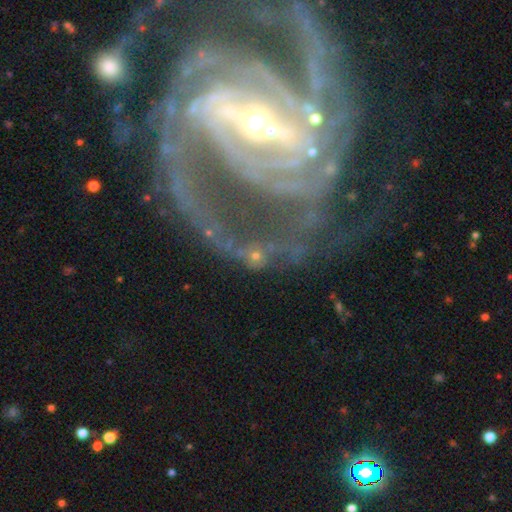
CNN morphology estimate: A featured or disk galaxy (57%) with no bar (46%), spiral arms (78%) and a small central bulge (44%). Merging: none (55%).